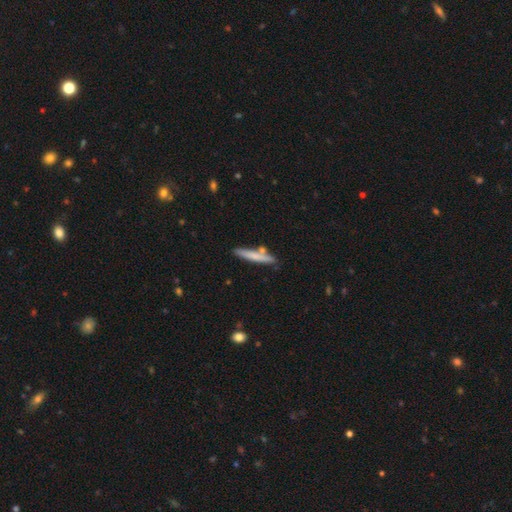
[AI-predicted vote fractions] smooth 66%, featured or disk 29%, star or artifact 6%. Down the decision tree: how rounded — cigar-shaped (94%); merging — none (77%).